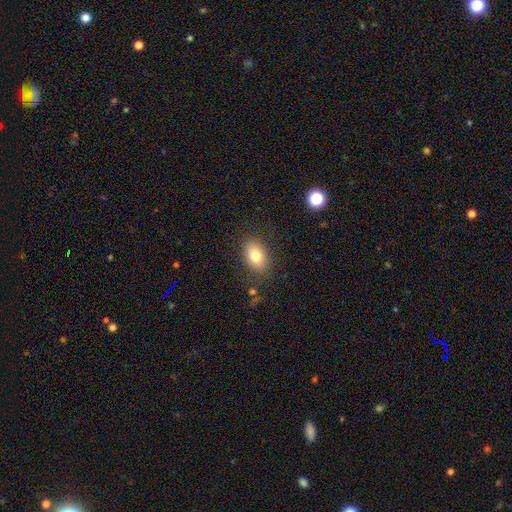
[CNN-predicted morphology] Smooth or featured?
  - smooth: 80% *
  - featured or disk: 11%
  - star or artifact: 9%
How rounded?
  - in between: 82% *
  - round: 16%
  - cigar-shaped: 1%
Merging?
  - none: 84% *
  - minor disturbance: 11%
  - major disturbance: 4%
  - merger: 2%